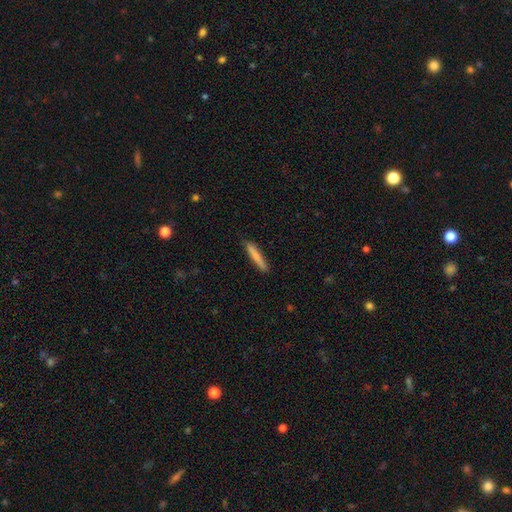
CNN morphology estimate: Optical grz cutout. It shows a smooth galaxy with no disk features (78%) that is cigar-shaped (94%). Merging: none (88%).